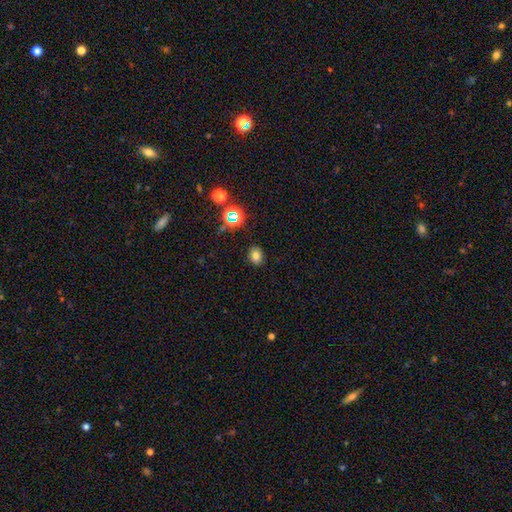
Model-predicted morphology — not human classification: smooth 74%, star or artifact 18%, featured or disk 8%. Down the decision tree: how rounded — in between (51%); merging — none (86%).